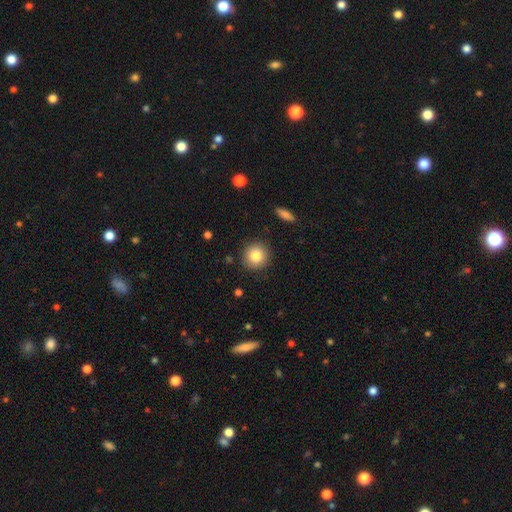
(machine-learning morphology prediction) Smooth or featured? Predicted: smooth (p=0.83). How rounded? Predicted: round (p=0.93). Merging? Predicted: none (p=0.90).